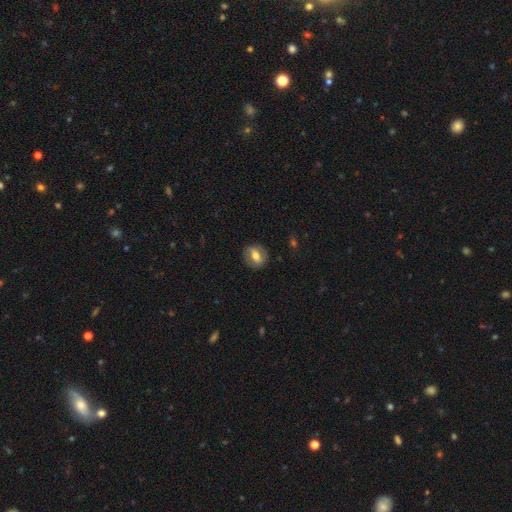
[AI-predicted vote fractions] This appears to be a smooth galaxy with no disk features (50%). Merging: none (83%).